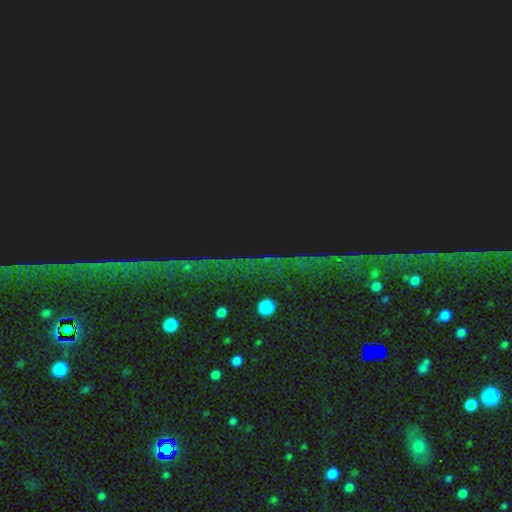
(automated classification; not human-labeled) Smooth or featured?
  - star or artifact: 85% *
  - smooth: 8%
  - featured or disk: 7%